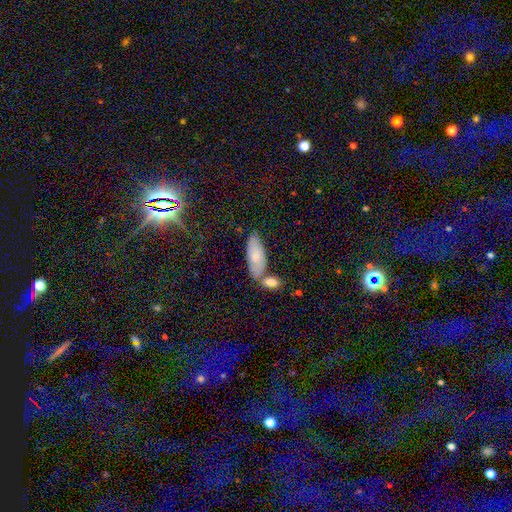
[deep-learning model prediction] Smooth or featured?
  - smooth: 67% *
  - featured or disk: 24%
  - star or artifact: 8%
How rounded?
  - in between: 80% *
  - cigar-shaped: 17%
  - round: 2%
Merging?
  - none: 60% *
  - merger: 21%
  - minor disturbance: 16%
  - major disturbance: 4%